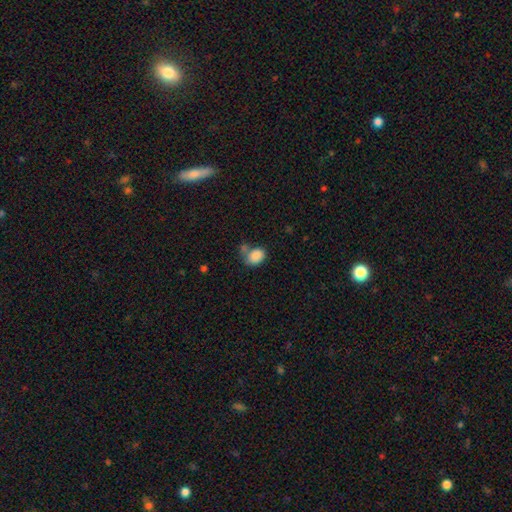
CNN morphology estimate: Q: Smooth or featured?
A: smooth (86%); runner-up: star or artifact (8%)
Q: How rounded?
A: in between (72%); runner-up: round (27%)
Q: Merging?
A: none (43%); runner-up: merger (28%)